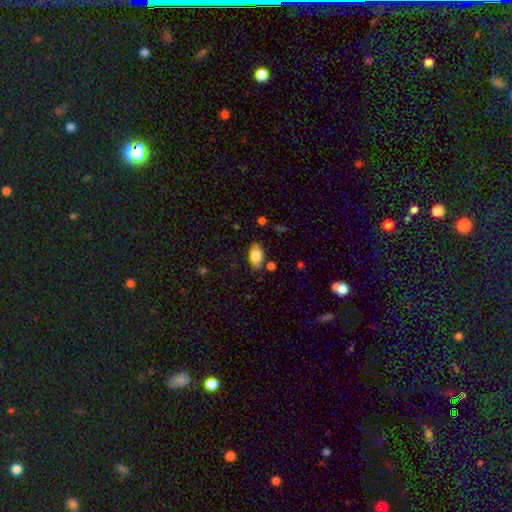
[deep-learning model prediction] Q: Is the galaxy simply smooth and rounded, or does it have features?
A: smooth — 81%.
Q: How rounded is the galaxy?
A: in between — 93%.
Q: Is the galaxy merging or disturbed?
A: none — 75%.